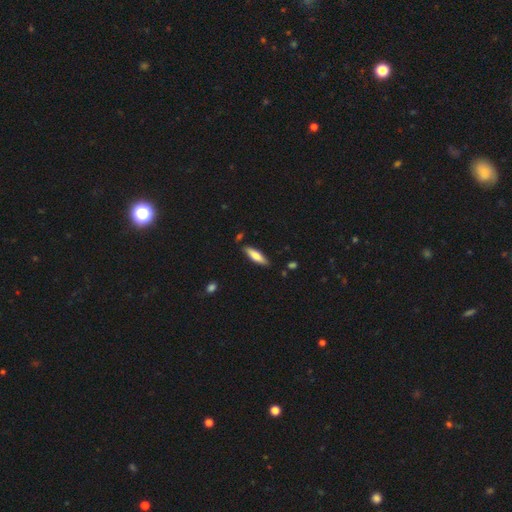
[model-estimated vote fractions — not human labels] A smooth galaxy with no disk features (71%) that is cigar-shaped (65%).

Vote fractions:
- Smooth or featured? smooth: 71% / featured or disk: 24% / star or artifact: 6%
- How rounded? cigar-shaped: 65% / in between: 33% / round: 1%
- Merging? none: 83% / minor disturbance: 12% / merger: 2% / major disturbance: 2%